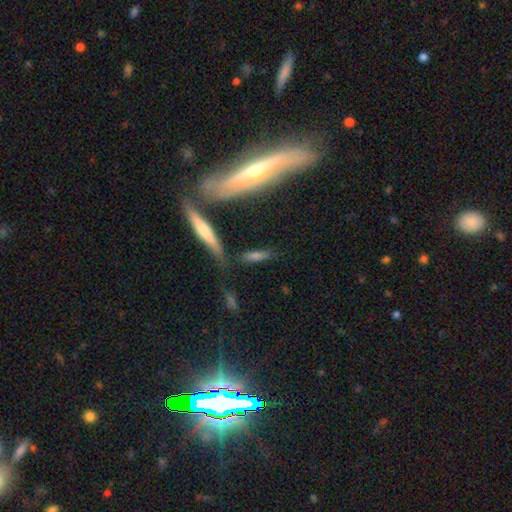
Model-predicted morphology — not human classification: The model was most divided on "smooth or featured": smooth: 58%, featured or disk: 33%, star or artifact: 9%. More confident: merging — none (68%); how rounded — cigar-shaped (63%).